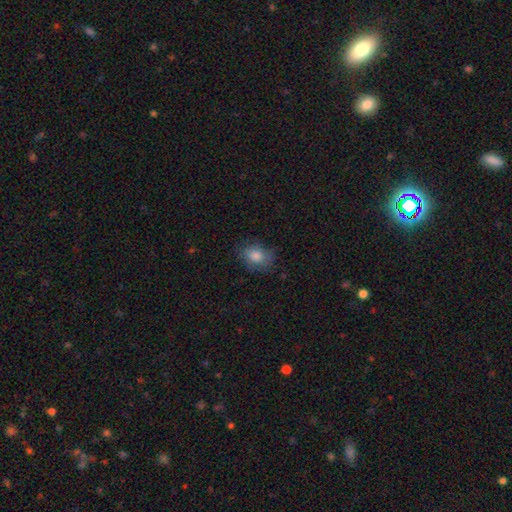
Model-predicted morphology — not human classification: Q: Smooth or featured?
A: smooth (80%); runner-up: featured or disk (10%)
Q: How rounded?
A: in between (69%); runner-up: round (30%)
Q: Merging?
A: none (72%); runner-up: minor disturbance (20%)